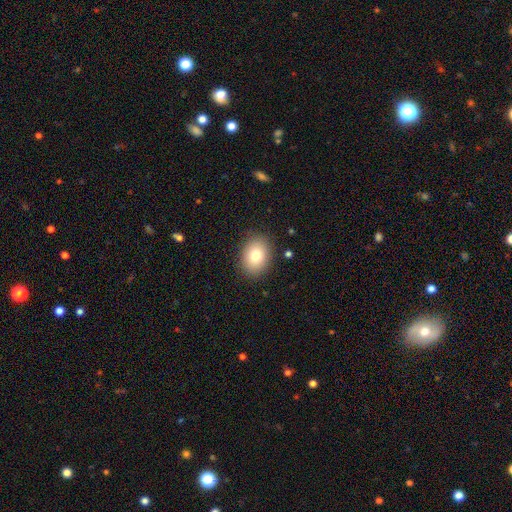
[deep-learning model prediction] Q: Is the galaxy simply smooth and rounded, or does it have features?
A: smooth — 78%.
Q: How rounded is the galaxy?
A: in between — 60%.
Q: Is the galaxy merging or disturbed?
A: none — 87%.